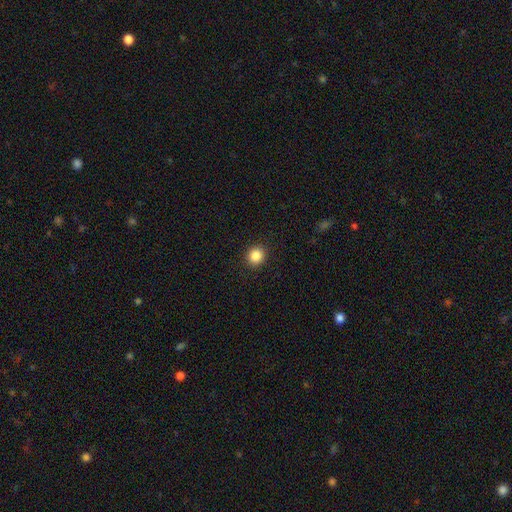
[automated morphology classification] This appears to be a smooth galaxy with no disk features (87%) that is round (81%). Merging: none (91%).